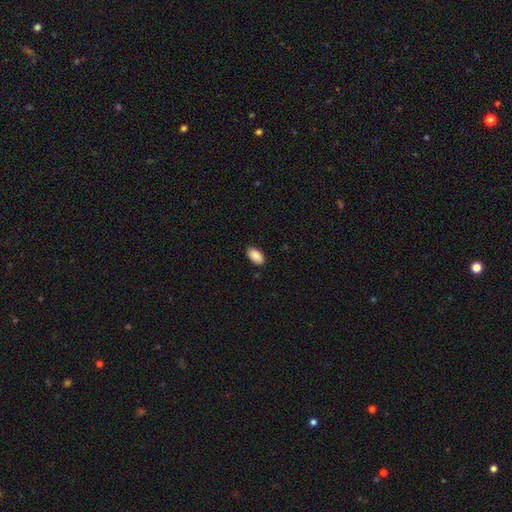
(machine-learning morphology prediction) This is clearly a smooth galaxy (89%). How rounded: clearly in between (95%). Merging: clearly none (86%).